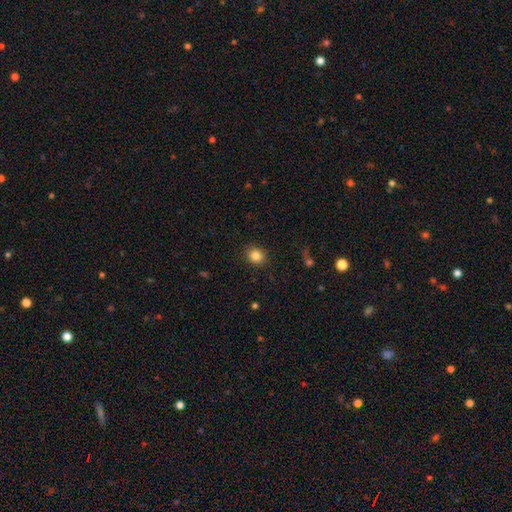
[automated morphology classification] A smooth galaxy with no disk features (85%) that is round (79%). Merging: none (89%).